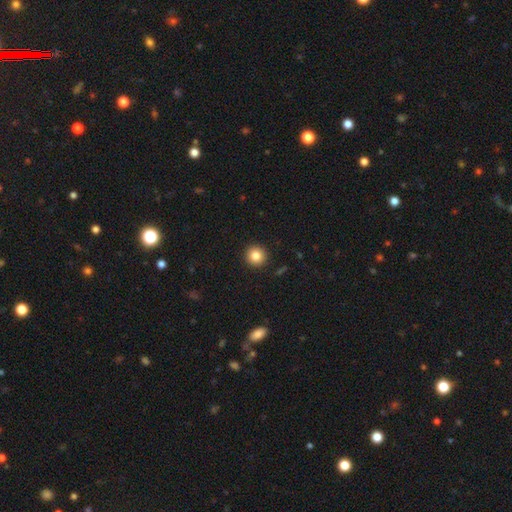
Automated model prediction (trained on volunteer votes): This appears to be a smooth galaxy with no disk features (84%) that is round (95%). Merging: none (93%).